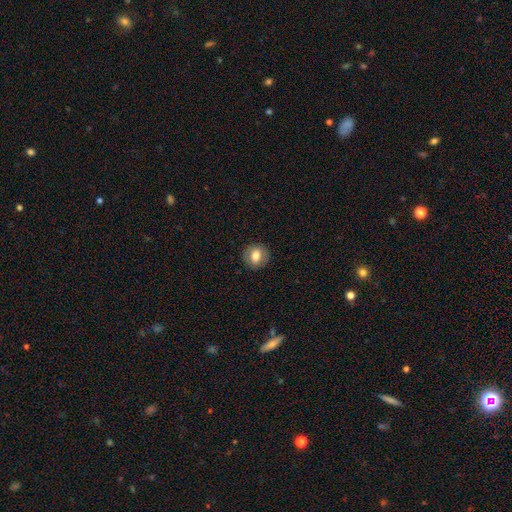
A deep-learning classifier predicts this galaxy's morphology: This appears to be a smooth galaxy with no disk features (74%) that is round (74%). Merging: none (87%).